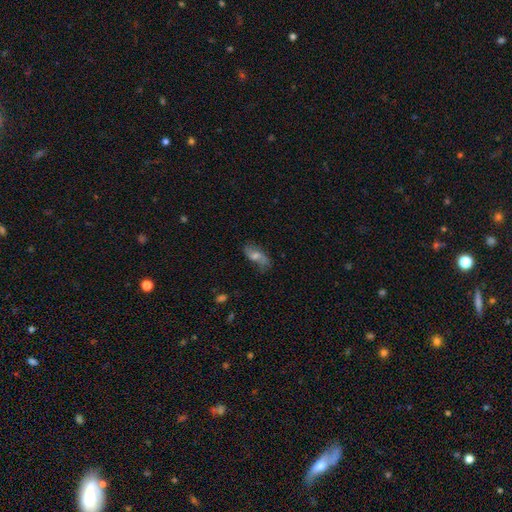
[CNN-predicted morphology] Overall: featured or disk (60%; smooth 30%). Edge-on disk: no (88%). Bar: no (49%; weak 39%). Spiral arms: yes (86%). Bulge size: moderate (54%; small 30%). Merging: none (70%).